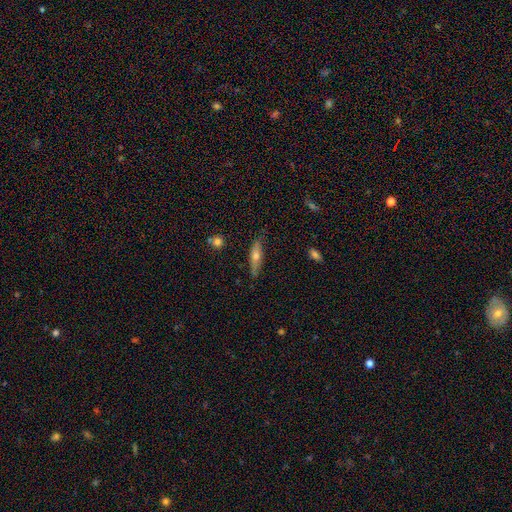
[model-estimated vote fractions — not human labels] A featured or disk galaxy (47%). Merging: none (79%).